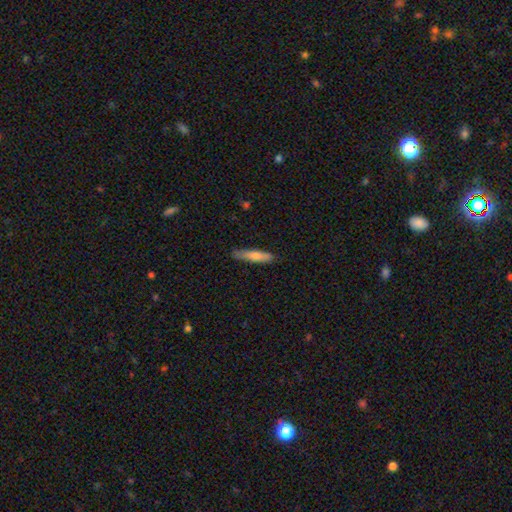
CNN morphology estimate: smooth_or_featured: smooth (p=0.70) [alt: featured or disk p=0.24]
how_rounded: cigar-shaped (p=0.85) [alt: in between p=0.14]
merging: none (p=0.83) [alt: minor disturbance p=0.14]